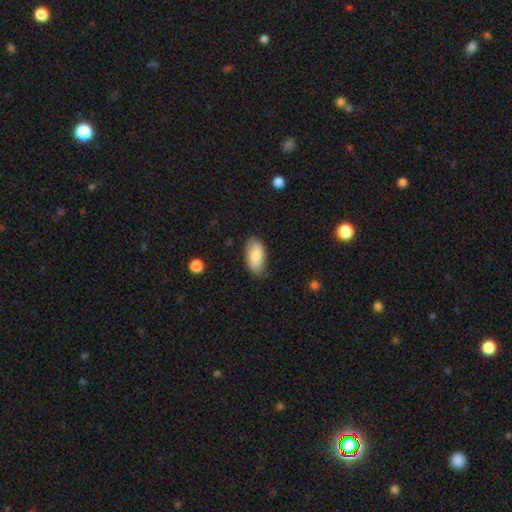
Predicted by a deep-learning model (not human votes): A smooth galaxy with no disk features (84%) that is in between round and cigar-shaped (93%).

Vote fractions:
- Smooth or featured? smooth: 84% / featured or disk: 10% / star or artifact: 6%
- How rounded? in between: 93% / cigar-shaped: 4% / round: 2%
- Merging? none: 74% / minor disturbance: 20% / major disturbance: 4% / merger: 1%